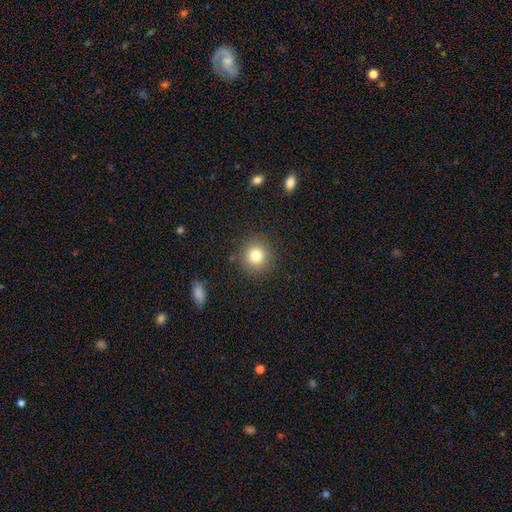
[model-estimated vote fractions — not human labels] Smooth or featured: smooth — 79% (star or artifact — 12%)
How rounded: round — 91% (in between — 8%)
Merging: none — 88% (minor disturbance — 8%)